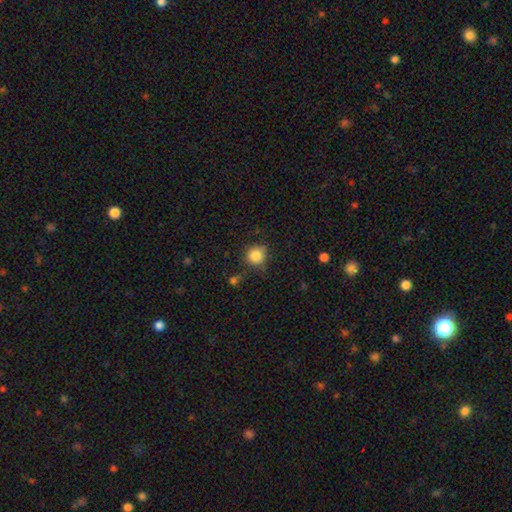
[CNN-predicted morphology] smooth 84%, star or artifact 11%, featured or disk 6%. Down the decision tree: how rounded — round (90%); merging — none (74%).